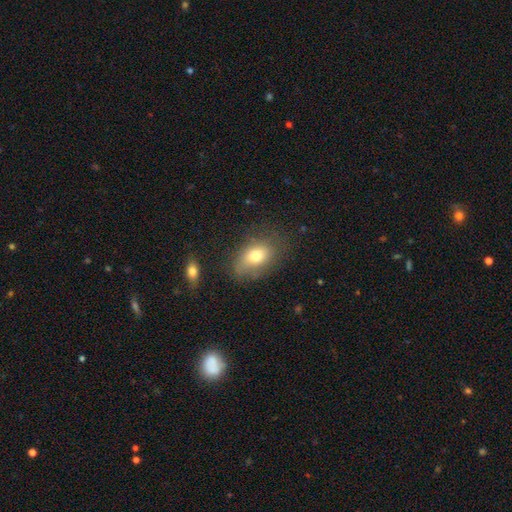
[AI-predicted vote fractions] smooth 74%, featured or disk 16%, star or artifact 10%. Down the decision tree: how rounded — in between (83%); merging — none (68%).